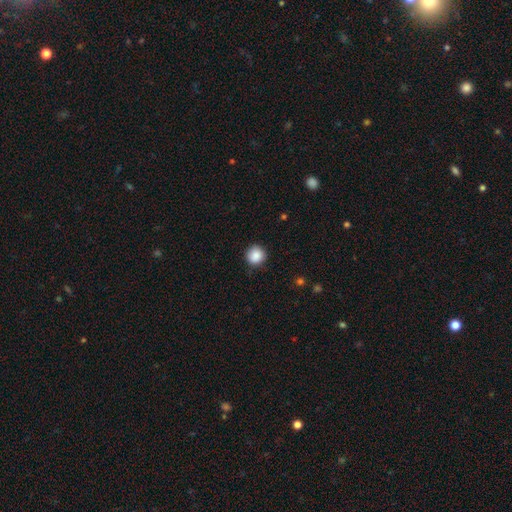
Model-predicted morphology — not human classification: This is clearly a smooth galaxy (88%). How rounded: clearly round (93%). Merging: clearly none (87%).